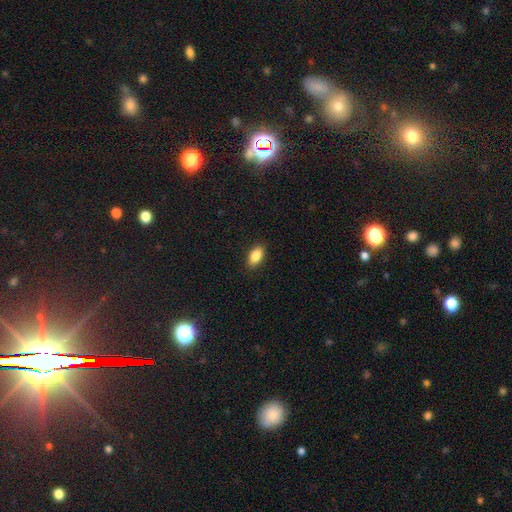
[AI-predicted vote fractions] Overall: smooth (87%). How rounded: in between (91%). Merging: none (89%).